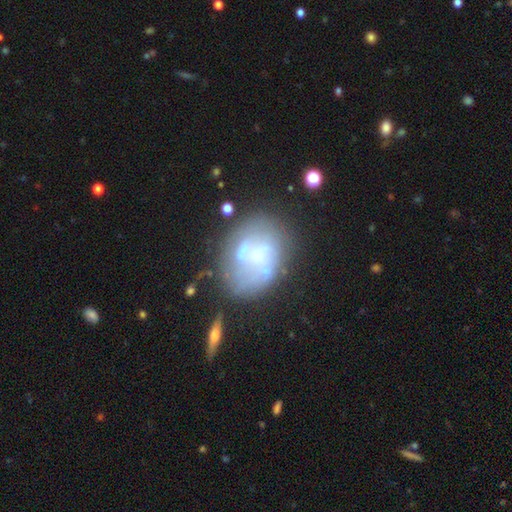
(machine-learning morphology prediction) Overall: featured or disk (58%; smooth 32%). Edge-on disk: no (97%). Bar: no (80%). Spiral arms: no (69%; yes 31%). Bulge size: none (52%; small 21%). Merging: none (45%; minor disturbance 22%).